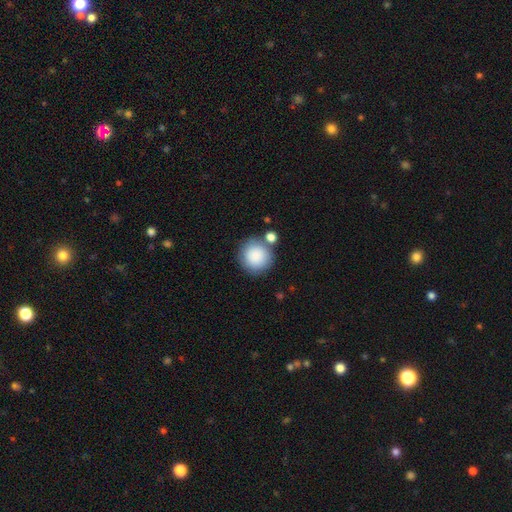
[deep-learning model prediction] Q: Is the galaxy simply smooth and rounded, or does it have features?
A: smooth — 86%.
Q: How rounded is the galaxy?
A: round — 92%.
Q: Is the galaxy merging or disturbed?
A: none — 70%.